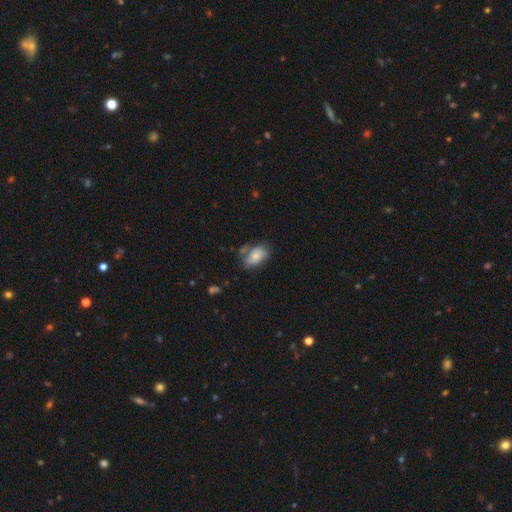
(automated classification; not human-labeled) Smooth or featured?
  - smooth: 69% *
  - featured or disk: 23%
  - star or artifact: 8%
How rounded?
  - in between: 87% *
  - round: 11%
  - cigar-shaped: 2%
Merging?
  - none: 49% *
  - minor disturbance: 29%
  - major disturbance: 12%
  - merger: 10%